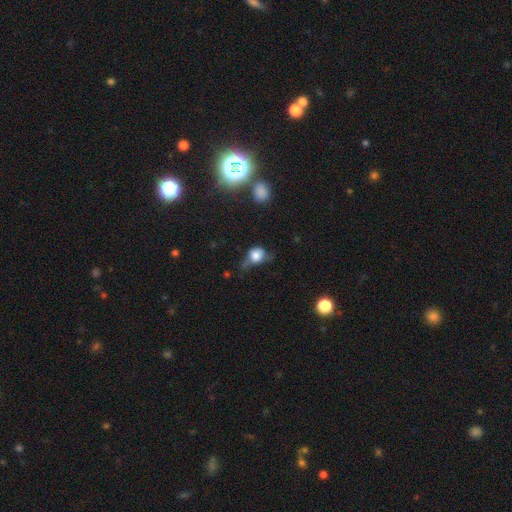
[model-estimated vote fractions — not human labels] Smooth or featured? smooth (69%)
How rounded? round (65%)
Merging? minor disturbance (34%)